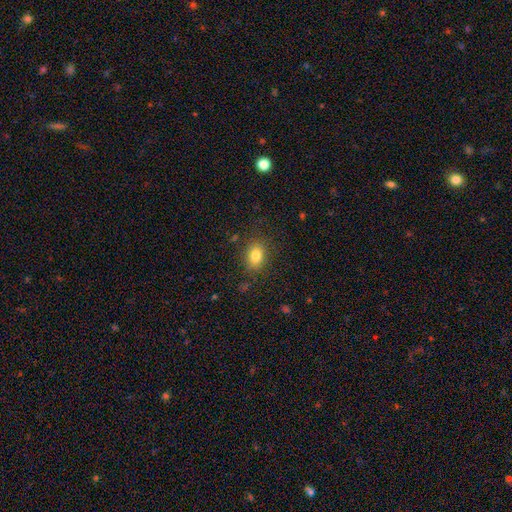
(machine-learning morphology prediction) A smooth galaxy with no disk features (82%) that is in between round and cigar-shaped (71%).

Vote fractions:
- Smooth or featured? smooth: 82% / star or artifact: 10% / featured or disk: 8%
- How rounded? in between: 71% / round: 28% / cigar-shaped: 1%
- Merging? none: 82% / minor disturbance: 12% / major disturbance: 4% / merger: 1%